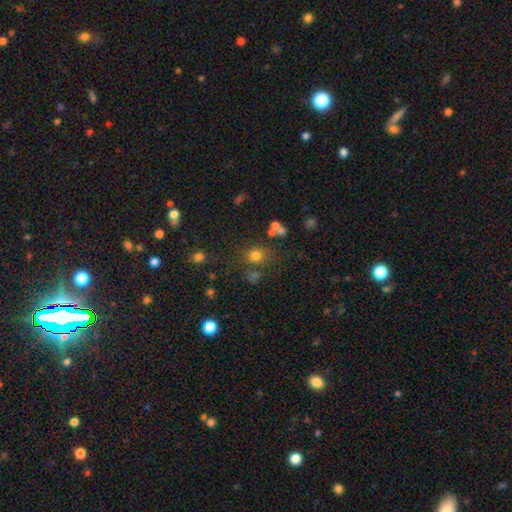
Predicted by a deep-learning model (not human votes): smooth_or_featured: smooth (p=0.72) [alt: star or artifact p=0.19]
how_rounded: round (p=0.83) [alt: in between p=0.16]
merging: none (p=0.69) [alt: merger p=0.13]